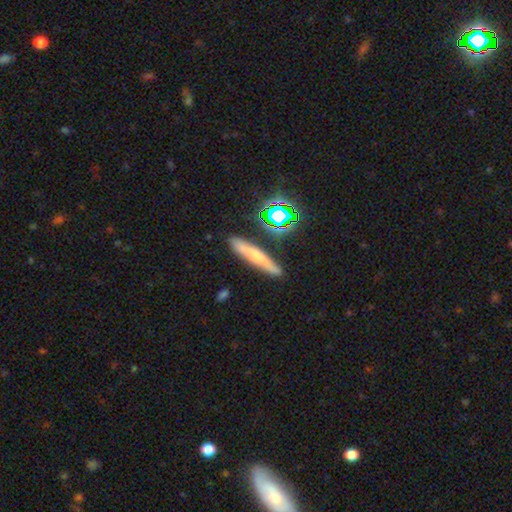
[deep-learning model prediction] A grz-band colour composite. It shows a smooth galaxy with no disk features (56%) that is cigar-shaped (85%). Merging: none (83%).